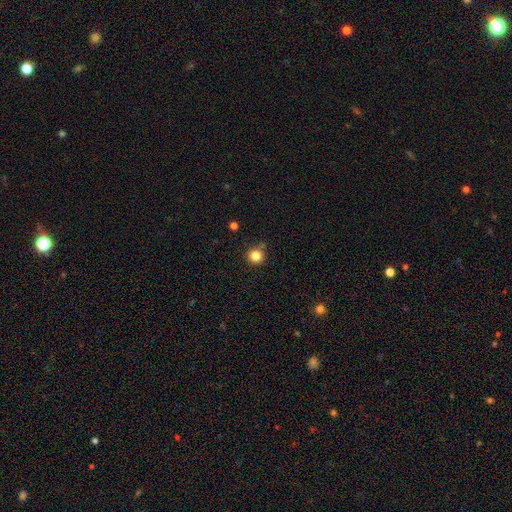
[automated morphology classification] smooth 84%, star or artifact 12%, featured or disk 4%. Down the decision tree: how rounded — round (94%); merging — none (84%).